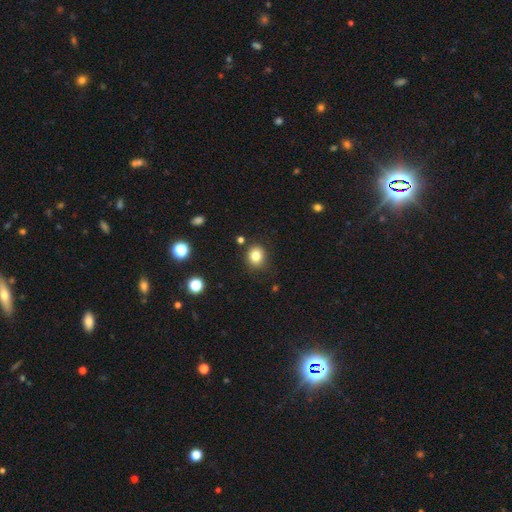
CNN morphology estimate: A smooth galaxy with no disk features (82%) that is round (77%).

Vote fractions:
- Smooth or featured? smooth: 82% / star or artifact: 12% / featured or disk: 6%
- How rounded? round: 77% / in between: 22% / cigar-shaped: 1%
- Merging? none: 84% / minor disturbance: 10% / merger: 3% / major disturbance: 3%